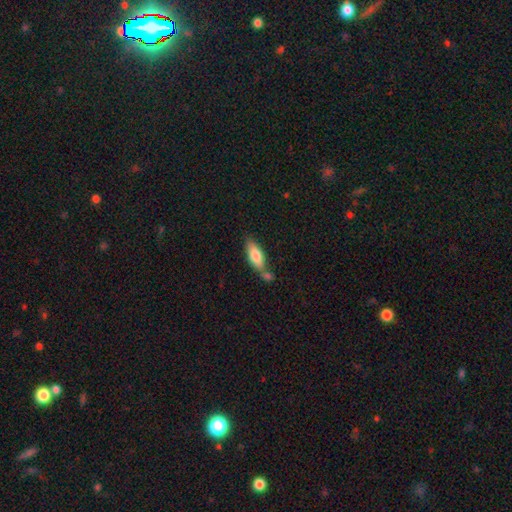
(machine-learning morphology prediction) Smooth or featured? Predicted: smooth (p=0.77). How rounded? Predicted: in between (p=0.72). Merging? Predicted: none (p=0.50).